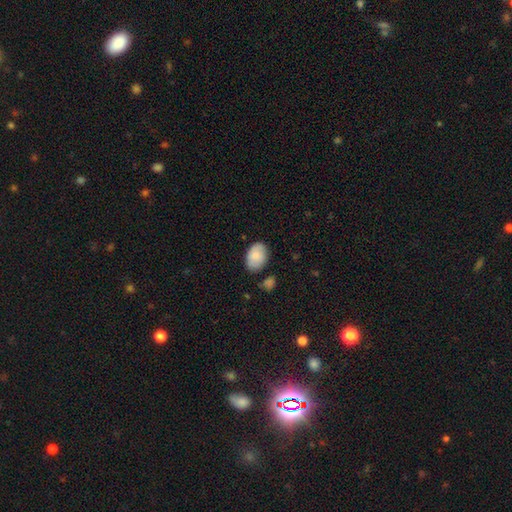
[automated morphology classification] type=smooth (84%); roundness=in between (88%); merging=none (75%).